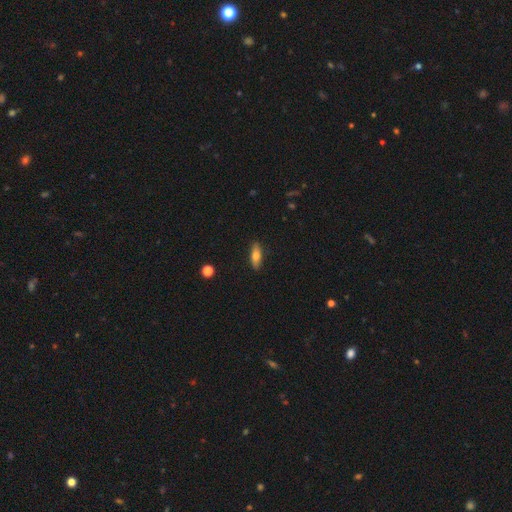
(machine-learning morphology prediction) Smooth or featured: smooth — 74% (featured or disk — 19%)
How rounded: in between — 58% (cigar-shaped — 39%)
Merging: none — 87% (minor disturbance — 10%)